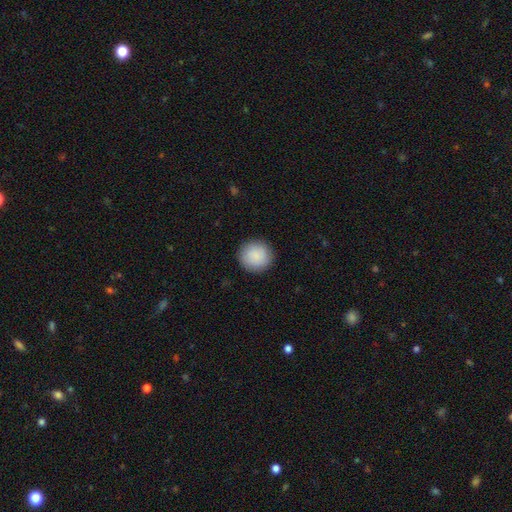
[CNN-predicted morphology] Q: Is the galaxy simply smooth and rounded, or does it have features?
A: smooth — 90%.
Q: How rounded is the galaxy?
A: round — 94%.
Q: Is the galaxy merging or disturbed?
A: none — 91%.